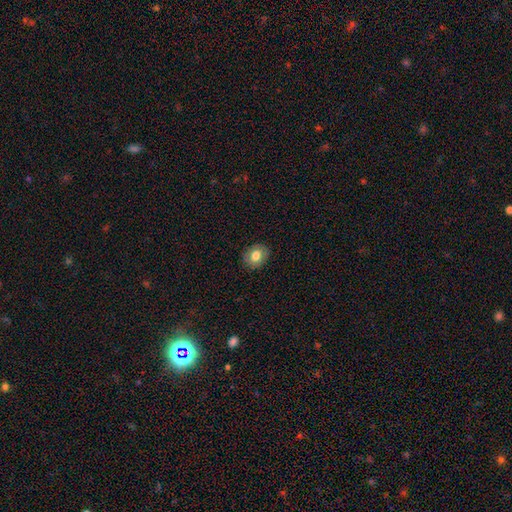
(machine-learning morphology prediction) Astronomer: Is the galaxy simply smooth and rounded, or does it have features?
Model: smooth — 75%.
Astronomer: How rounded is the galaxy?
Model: round — 51% (runner-up: in between, 48%).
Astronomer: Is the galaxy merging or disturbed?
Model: none — 88%.